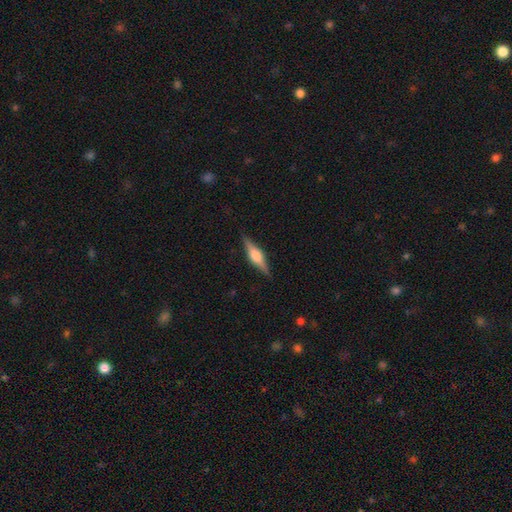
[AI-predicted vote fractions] featured or disk 71%, smooth 23%, star or artifact 6%. Down the decision tree: edge-on disk — yes (97%); edge-on bulge — rounded (86%); merging — none (89%).